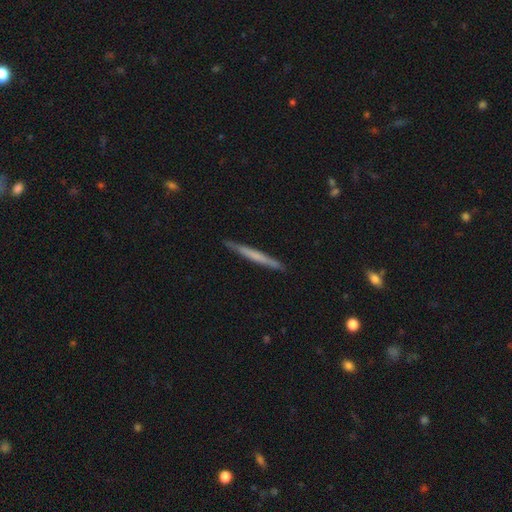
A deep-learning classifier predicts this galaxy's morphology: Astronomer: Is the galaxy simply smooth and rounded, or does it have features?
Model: smooth — 54% (runner-up: featured or disk, 41%).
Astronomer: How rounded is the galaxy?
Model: cigar-shaped — 97%.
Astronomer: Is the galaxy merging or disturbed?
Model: none — 90%.